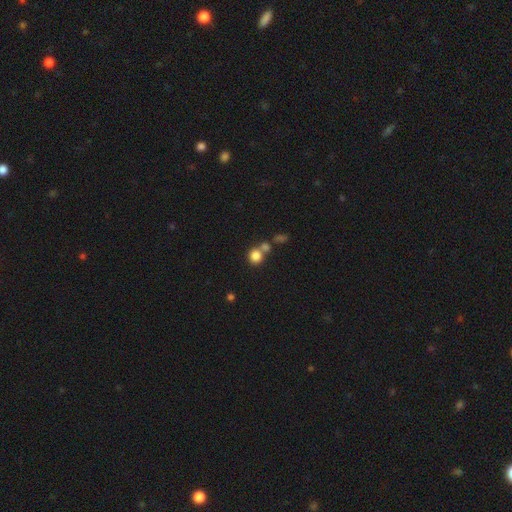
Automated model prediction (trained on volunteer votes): The model was most divided on "merging": none: 53%, merger: 35%, minor disturbance: 8%, major disturbance: 4%. More confident: how rounded — round (86%); smooth or featured — smooth (82%).